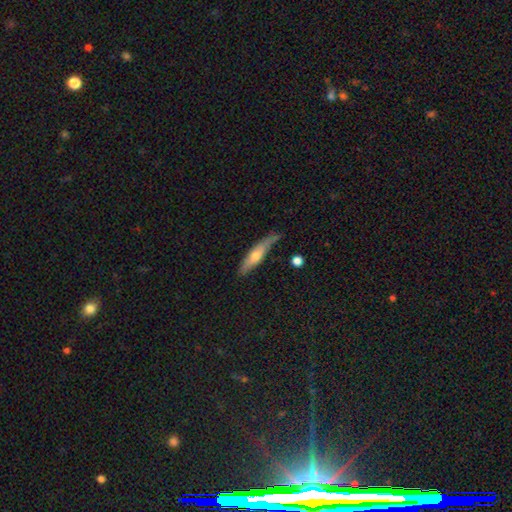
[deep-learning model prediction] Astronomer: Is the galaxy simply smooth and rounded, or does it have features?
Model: smooth — 49% (runner-up: featured or disk, 44%).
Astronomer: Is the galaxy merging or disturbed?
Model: none — 69%.